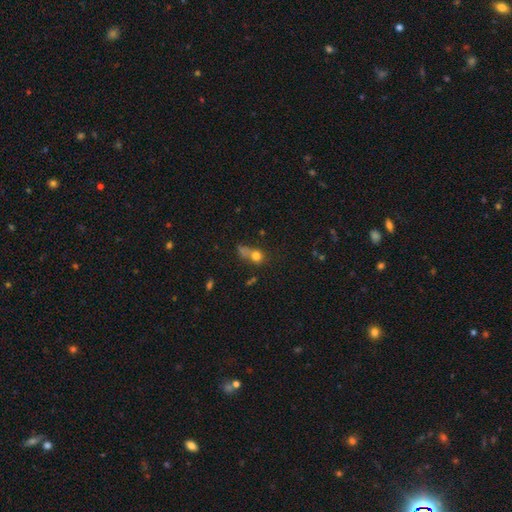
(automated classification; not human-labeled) A smooth galaxy with no disk features (72%) that is round (76%). Merging: none (40%).